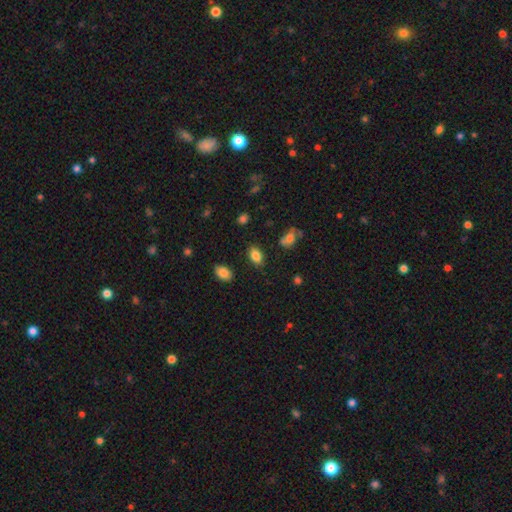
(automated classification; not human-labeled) Smooth or featured?
  - smooth: 85% *
  - star or artifact: 10%
  - featured or disk: 6%
How rounded?
  - in between: 90% *
  - round: 9%
  - cigar-shaped: 2%
Merging?
  - none: 84% *
  - minor disturbance: 11%
  - major disturbance: 3%
  - merger: 2%